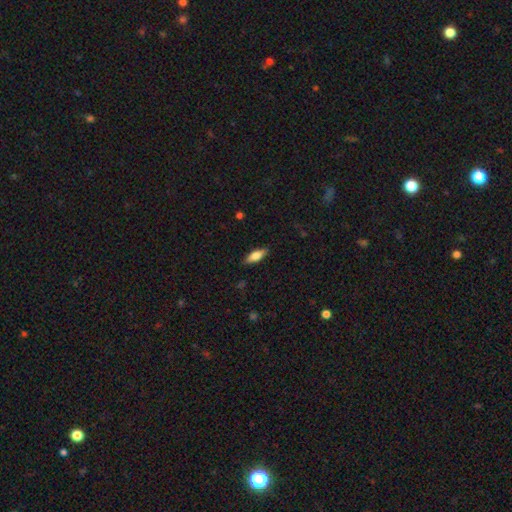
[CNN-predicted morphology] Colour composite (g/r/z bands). It shows a smooth galaxy with no disk features (74%) that is in between round and cigar-shaped (66%). Merging: none (86%).